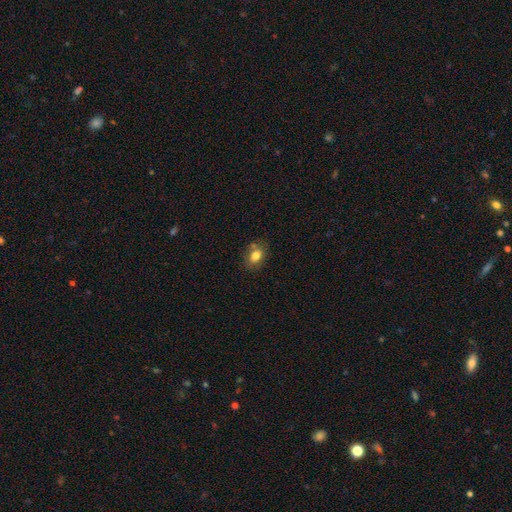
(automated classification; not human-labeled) Smooth or featured? Predicted: smooth (p=0.78). How rounded? Predicted: in between (p=0.73). Merging? Predicted: none (p=0.69).